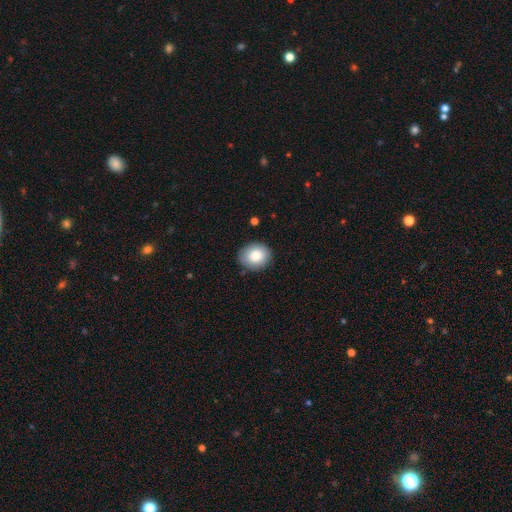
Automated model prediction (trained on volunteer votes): Smooth or featured? Predicted: smooth (p=0.83). How rounded? Predicted: round (p=0.63). Merging? Predicted: none (p=0.86).